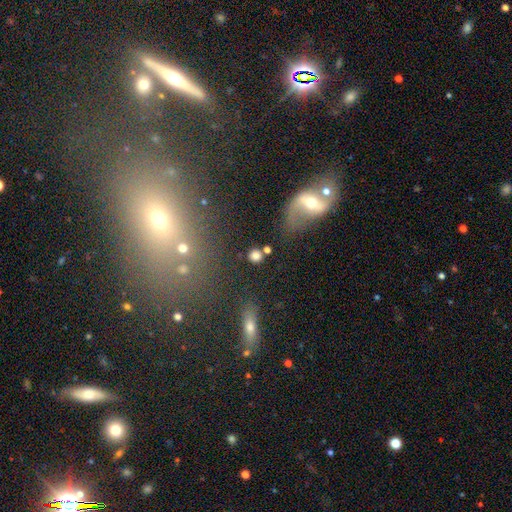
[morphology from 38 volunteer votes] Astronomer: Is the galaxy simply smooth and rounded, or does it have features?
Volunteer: smooth — 92%.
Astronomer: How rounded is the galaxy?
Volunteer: round — 83%.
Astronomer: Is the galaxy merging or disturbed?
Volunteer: none — 80%.